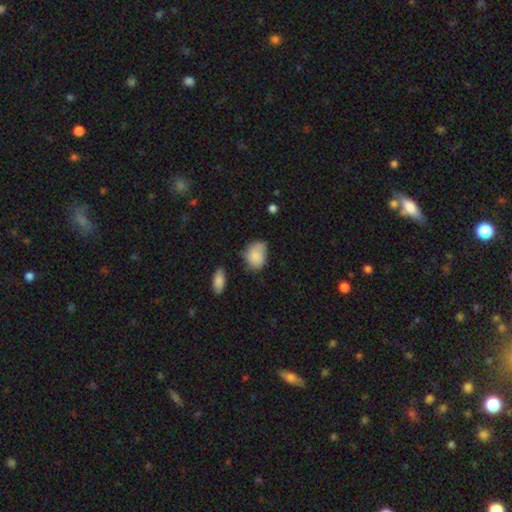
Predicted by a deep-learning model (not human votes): smooth-or-featured: smooth: 83% | featured or disk: 10% | star or artifact: 7%
  how-rounded: in between: 63% | round: 36% | cigar-shaped: 1%
  merging: none: 48% | minor disturbance: 39% | major disturbance: 9% | merger: 4%